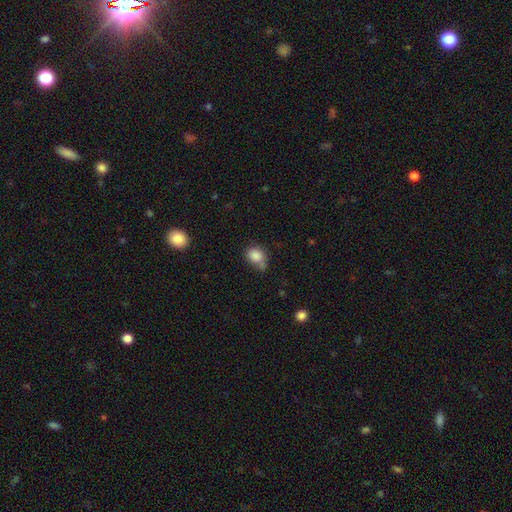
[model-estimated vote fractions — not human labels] smooth-or-featured: smooth: 84% | star or artifact: 10% | featured or disk: 6%
  how-rounded: in between: 56% | round: 43% | cigar-shaped: 1%
  merging: none: 49% | minor disturbance: 29% | merger: 13% | major disturbance: 9%